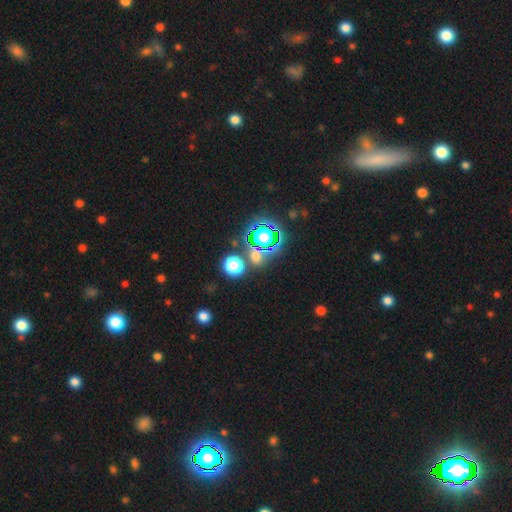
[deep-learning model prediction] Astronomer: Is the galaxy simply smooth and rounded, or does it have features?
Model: star or artifact — 49% (runner-up: smooth, 42%).